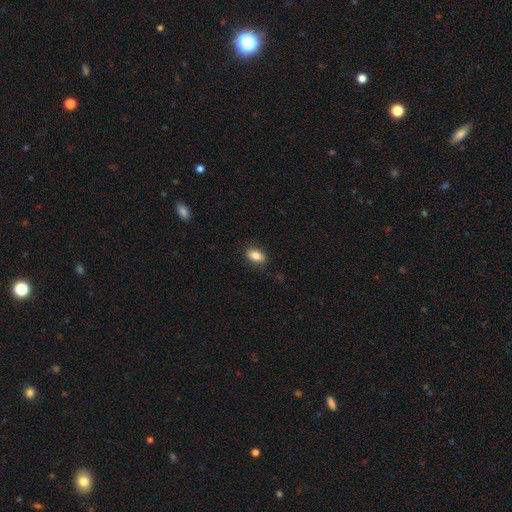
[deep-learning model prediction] Smooth or featured? smooth (86%)
How rounded? in between (87%)
Merging? none (84%)